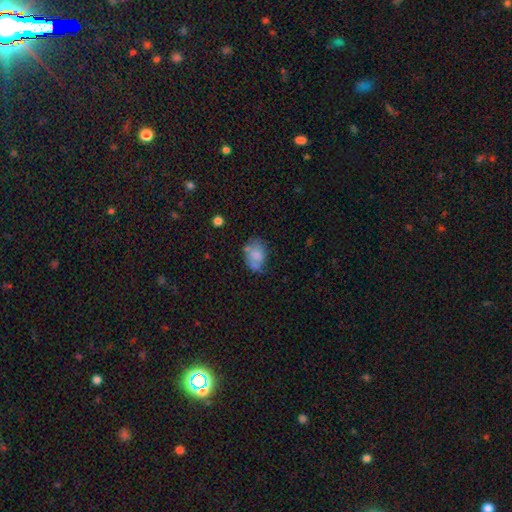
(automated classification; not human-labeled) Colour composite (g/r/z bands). It shows a smooth galaxy with no disk features (66%) that is in between round and cigar-shaped (77%). Merging: none (48%).